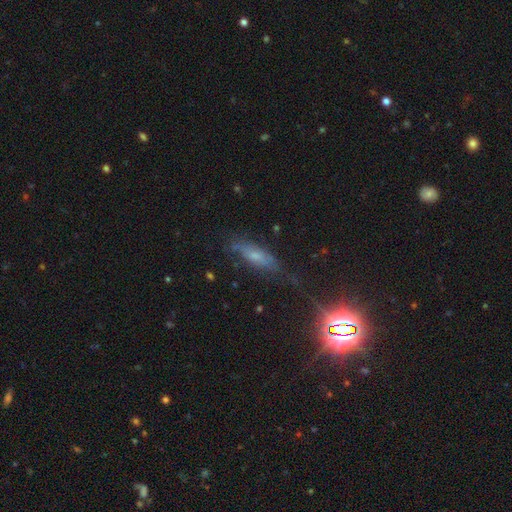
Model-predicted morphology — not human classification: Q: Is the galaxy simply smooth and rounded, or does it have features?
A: smooth — 40%.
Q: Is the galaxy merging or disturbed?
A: none — 66%.